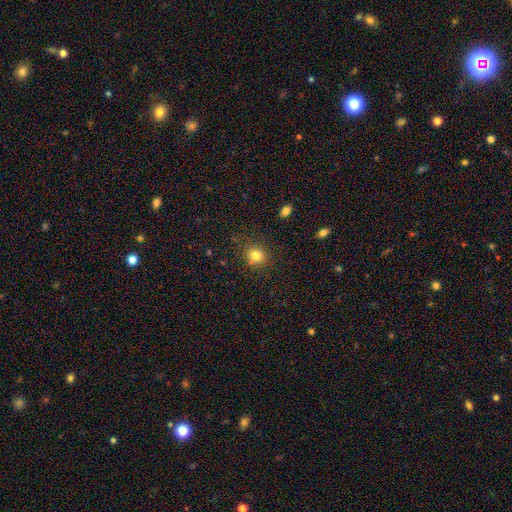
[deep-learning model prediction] Smooth or featured? smooth (80%)
How rounded? round (84%)
Merging? none (83%)